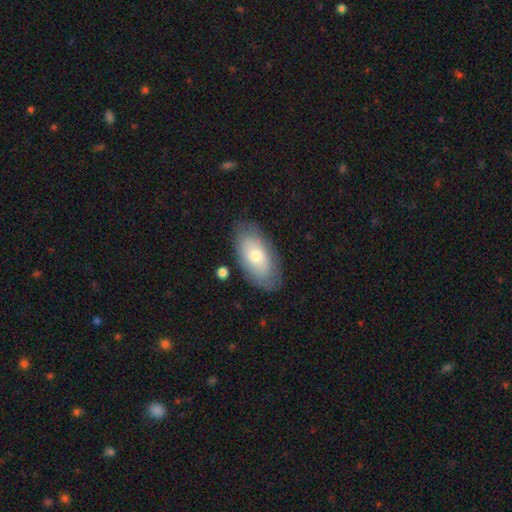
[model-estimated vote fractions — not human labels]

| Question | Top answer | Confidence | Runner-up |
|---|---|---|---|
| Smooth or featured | smooth | 67% | featured or disk (27%) |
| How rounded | in between | 93% | cigar-shaped (4%) |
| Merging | none | 79% | minor disturbance (15%) |